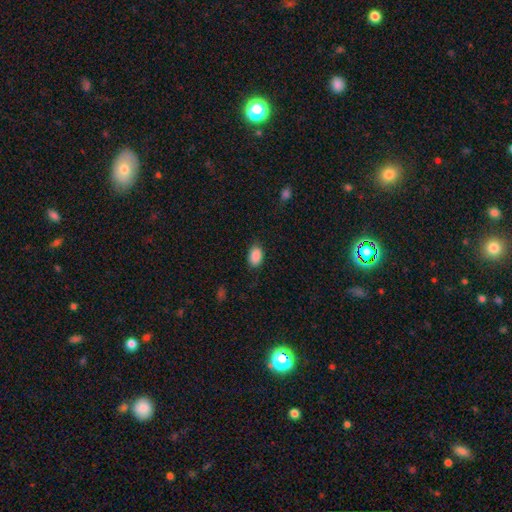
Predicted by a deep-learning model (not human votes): This appears to be a smooth galaxy with no disk features (89%) that is in between round and cigar-shaped (87%). Merging: none (78%).